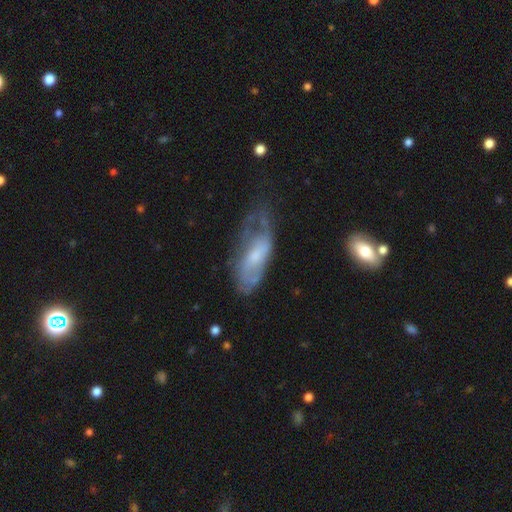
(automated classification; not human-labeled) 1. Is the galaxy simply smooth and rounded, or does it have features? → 57% featured or disk, 35% smooth, 8% star or artifact.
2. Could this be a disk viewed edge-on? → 88% no, 12% yes.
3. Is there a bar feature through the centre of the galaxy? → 60% no, 32% weak, 7% strong.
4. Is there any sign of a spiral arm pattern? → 62% yes, 38% no.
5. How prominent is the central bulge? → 42% small, 40% moderate, 10% none, 6% large, 1% dominant.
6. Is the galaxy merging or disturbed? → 38% none, 30% major disturbance, 29% minor disturbance, 4% merger.